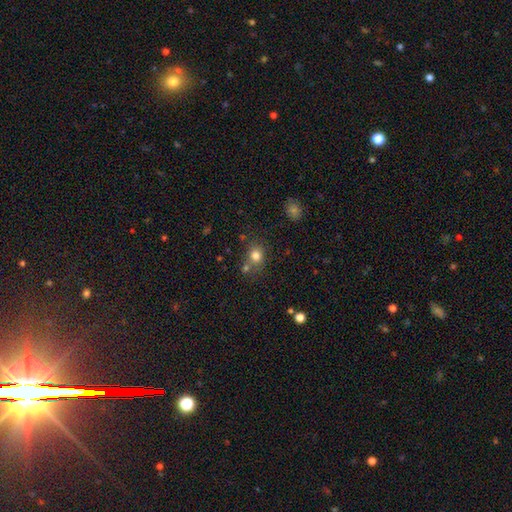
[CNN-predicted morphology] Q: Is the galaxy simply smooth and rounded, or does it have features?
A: smooth — 78%.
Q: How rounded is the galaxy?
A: round — 70%.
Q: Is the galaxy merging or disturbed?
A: none — 61%.